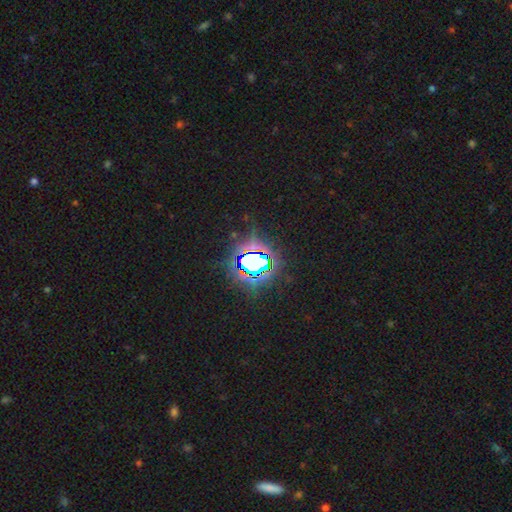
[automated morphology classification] type=star or artifact (79%).